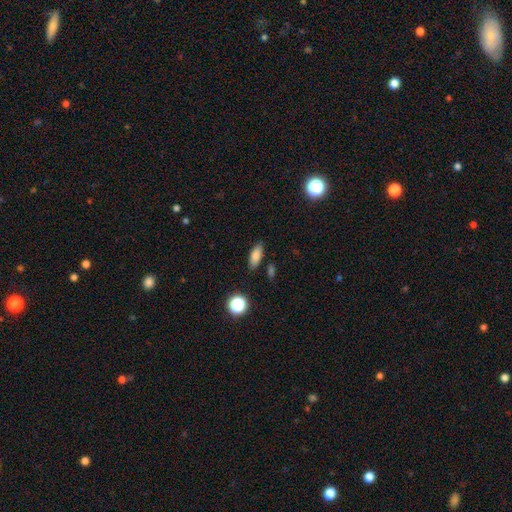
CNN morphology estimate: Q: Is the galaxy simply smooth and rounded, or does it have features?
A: smooth — 82%.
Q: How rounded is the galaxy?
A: in between — 77%.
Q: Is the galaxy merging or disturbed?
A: none — 83%.